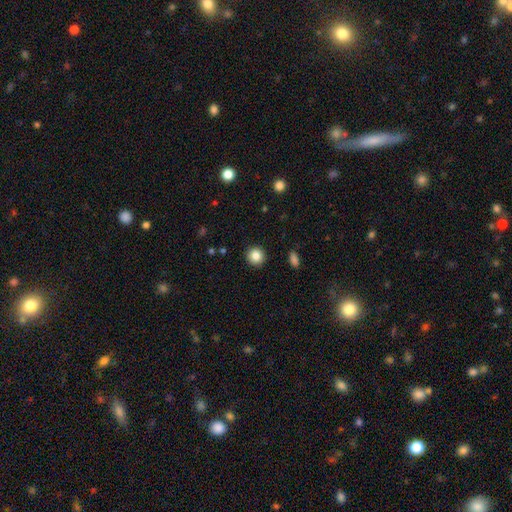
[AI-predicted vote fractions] The model was most divided on "smooth or featured": smooth: 85%, star or artifact: 10%, featured or disk: 5%. More confident: how rounded — round (93%); merging — none (92%).